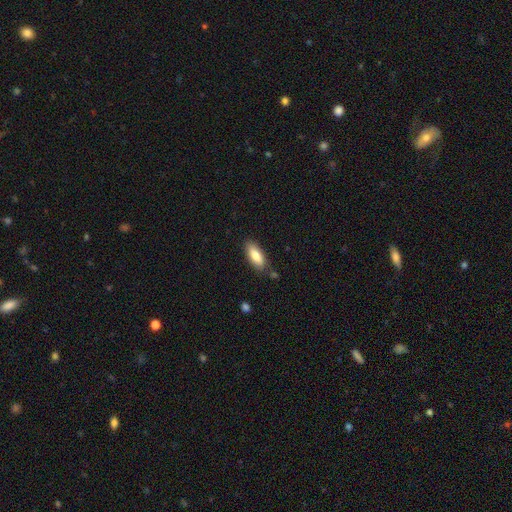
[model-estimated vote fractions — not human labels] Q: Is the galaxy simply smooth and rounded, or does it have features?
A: smooth — 82%.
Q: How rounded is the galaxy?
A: in between — 78%.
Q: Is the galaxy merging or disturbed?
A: none — 82%.